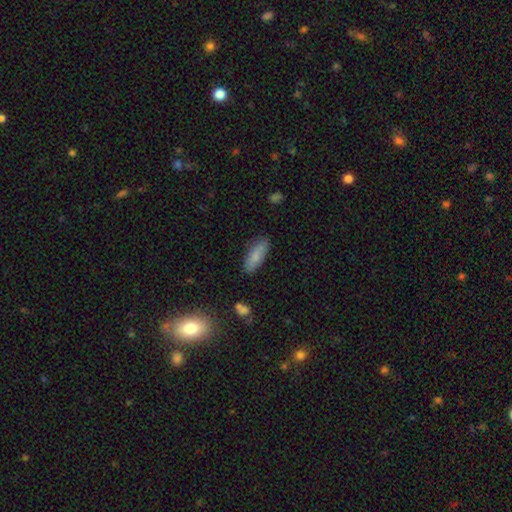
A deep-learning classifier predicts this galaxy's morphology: Smooth or featured?
  - smooth: 82% *
  - featured or disk: 11%
  - star or artifact: 7%
How rounded?
  - in between: 64% *
  - cigar-shaped: 34%
  - round: 2%
Merging?
  - none: 84% *
  - minor disturbance: 12%
  - major disturbance: 2%
  - merger: 2%